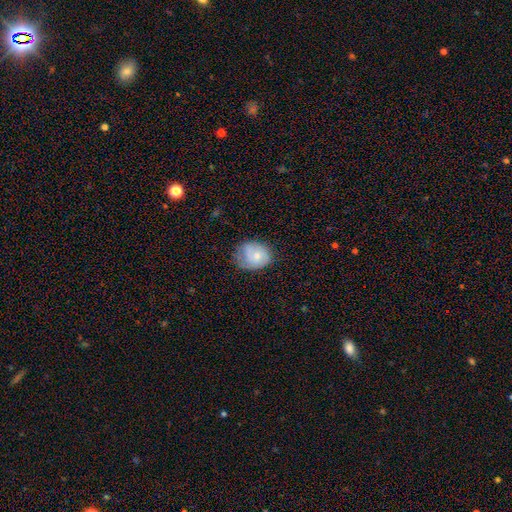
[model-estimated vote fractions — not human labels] The model was most divided on "how rounded": round: 56%, in between: 44%, cigar-shaped: 1%. Remaining: smooth or featured — smooth (63%); merging — none (50%).